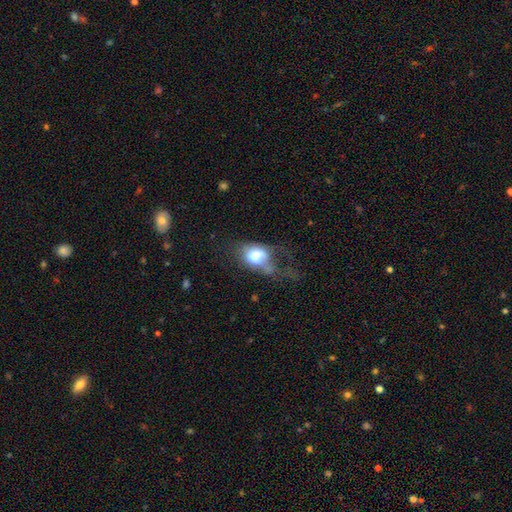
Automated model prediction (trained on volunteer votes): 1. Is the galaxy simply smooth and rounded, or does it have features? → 61% smooth, 30% featured or disk, 9% star or artifact.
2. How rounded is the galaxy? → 77% in between, 21% round, 2% cigar-shaped.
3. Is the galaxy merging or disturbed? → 50% major disturbance, 19% minor disturbance, 18% none, 13% merger.